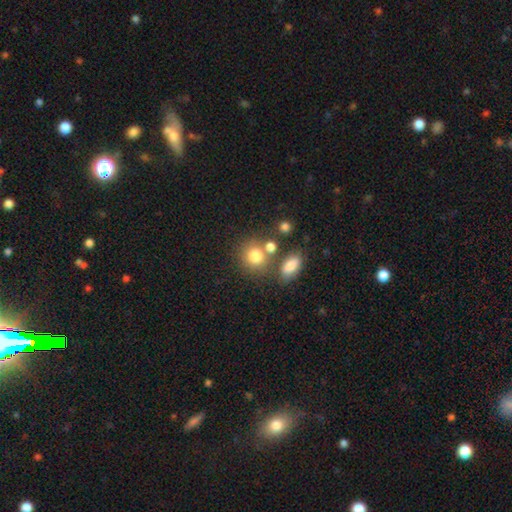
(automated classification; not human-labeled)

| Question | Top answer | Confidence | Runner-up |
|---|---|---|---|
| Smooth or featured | smooth | 79% | star or artifact (12%) |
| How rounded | round | 77% | in between (21%) |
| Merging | none | 59% | merger (24%) |